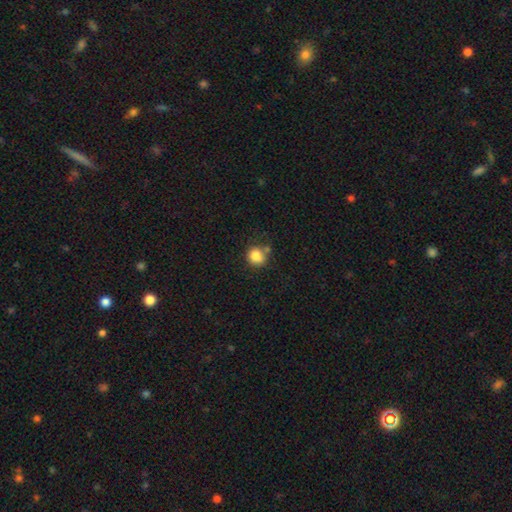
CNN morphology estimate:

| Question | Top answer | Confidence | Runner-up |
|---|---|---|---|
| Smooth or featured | smooth | 84% | star or artifact (10%) |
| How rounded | round | 83% | in between (16%) |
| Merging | none | 65% | minor disturbance (16%) |